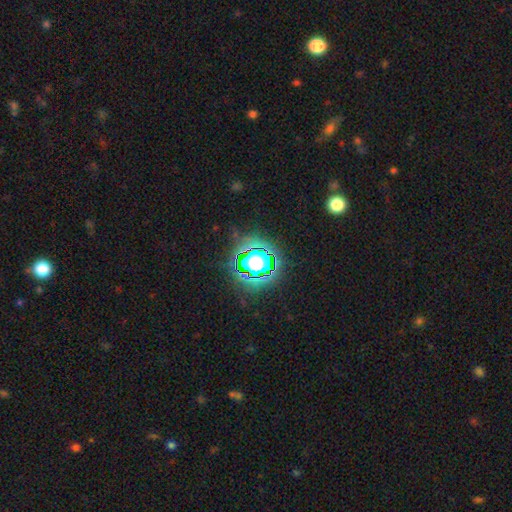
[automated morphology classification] Smooth or featured? star or artifact (79%)